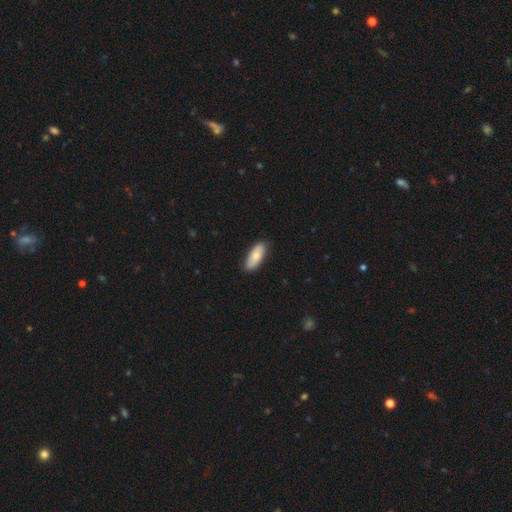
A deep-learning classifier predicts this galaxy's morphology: This is likely a smooth galaxy (76%). How rounded: clearly in between (80%). Merging: clearly none (85%).